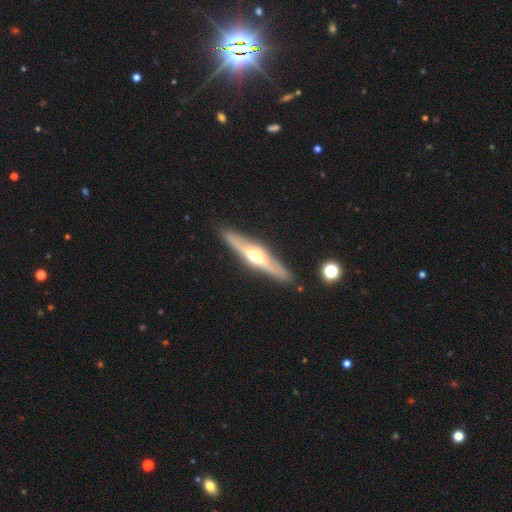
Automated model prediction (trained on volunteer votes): The model was most divided on "smooth or featured": featured or disk: 67%, smooth: 27%, star or artifact: 5%. More confident: edge-on bulge — rounded (93%); edge-on disk — yes (91%); merging — none (89%).